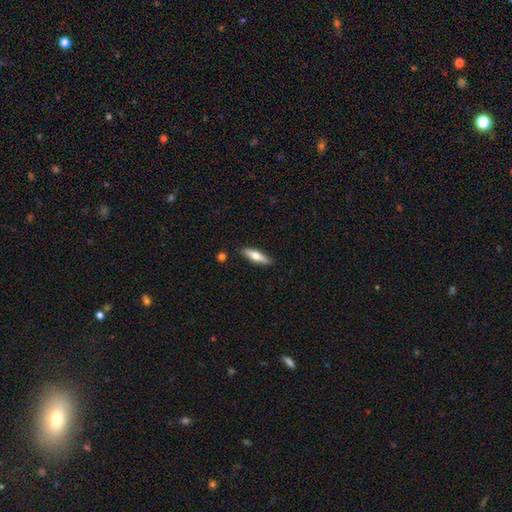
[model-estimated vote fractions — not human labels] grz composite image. It shows a smooth galaxy with no disk features (62%) that is cigar-shaped (60%). Merging: none (88%).